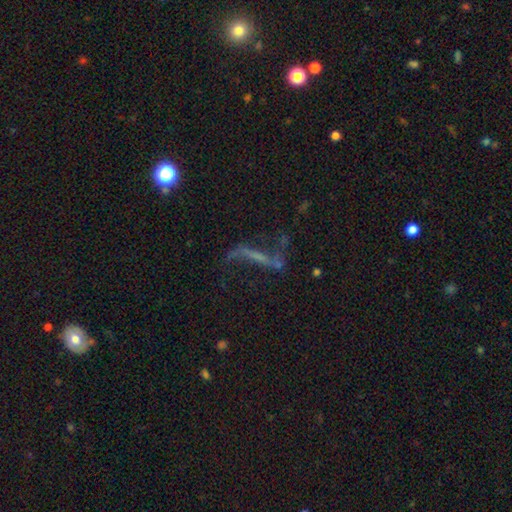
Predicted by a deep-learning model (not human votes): Smooth or featured?
  - featured or disk: 66% *
  - smooth: 17%
  - star or artifact: 17%
Edge-on disk?
  - no: 77% *
  - yes: 23%
Bar?
  - strong: 44% *
  - no: 33%
  - weak: 23%
Spiral arms?
  - yes: 69% *
  - no: 31%
Bulge size?
  - none: 66% *
  - small: 23%
  - moderate: 8%
  - large: 2%
  - dominant: 2%
Merging?
  - none: 49% *
  - major disturbance: 25%
  - minor disturbance: 17%
  - merger: 9%